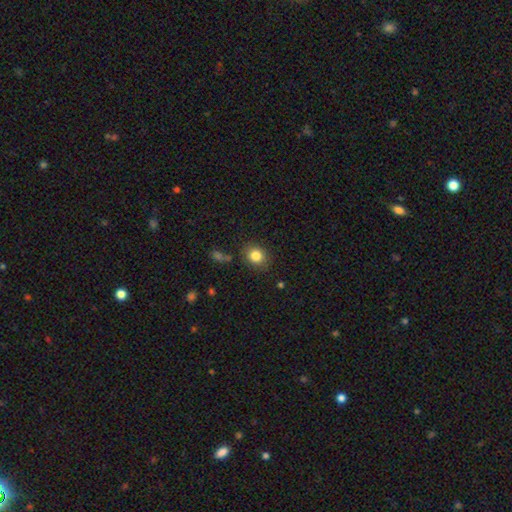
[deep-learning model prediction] Smooth or featured? smooth (83%)
How rounded? round (67%)
Merging? none (84%)